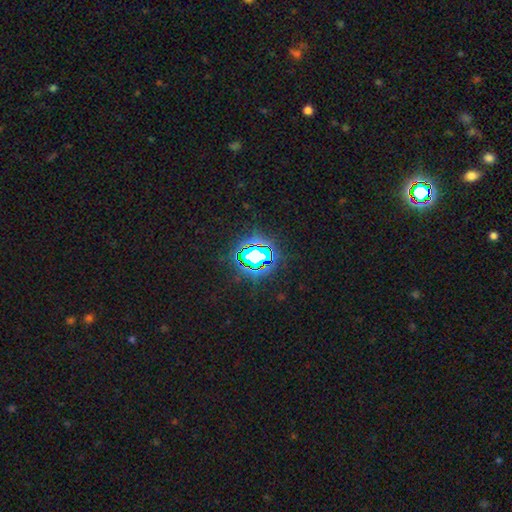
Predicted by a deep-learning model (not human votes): star or artifact 73%, smooth 16%, featured or disk 11%.